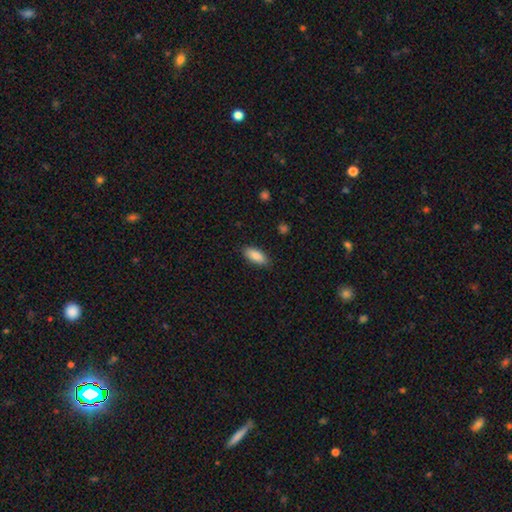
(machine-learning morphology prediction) This is clearly a smooth galaxy (87%). How rounded: clearly in between (86%). Merging: clearly none (86%).